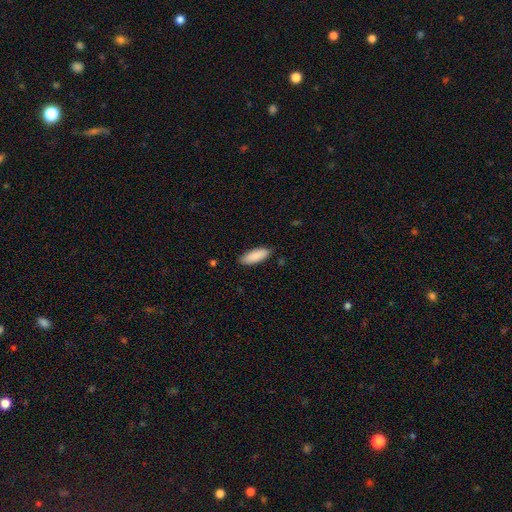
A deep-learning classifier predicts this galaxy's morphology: A smooth galaxy with no disk features (90%) that is in between round and cigar-shaped (68%). Merging: none (86%).